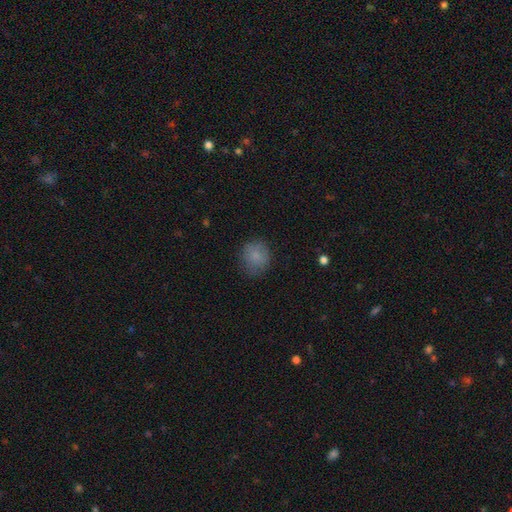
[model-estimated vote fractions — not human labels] A smooth galaxy with no disk features (83%) that is round (81%).

Vote fractions:
- Smooth or featured? smooth: 83% / star or artifact: 9% / featured or disk: 8%
- How rounded? round: 81% / in between: 18% / cigar-shaped: 1%
- Merging? none: 76% / minor disturbance: 18% / major disturbance: 5% / merger: 1%